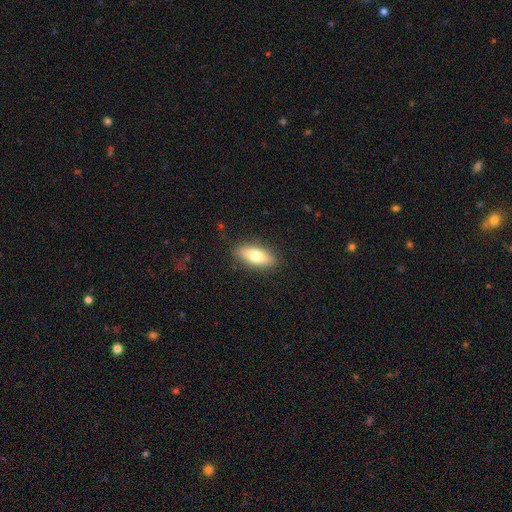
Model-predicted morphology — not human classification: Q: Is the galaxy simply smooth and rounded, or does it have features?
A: smooth — 72%.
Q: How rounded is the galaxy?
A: in between — 76%.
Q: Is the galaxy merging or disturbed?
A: none — 87%.